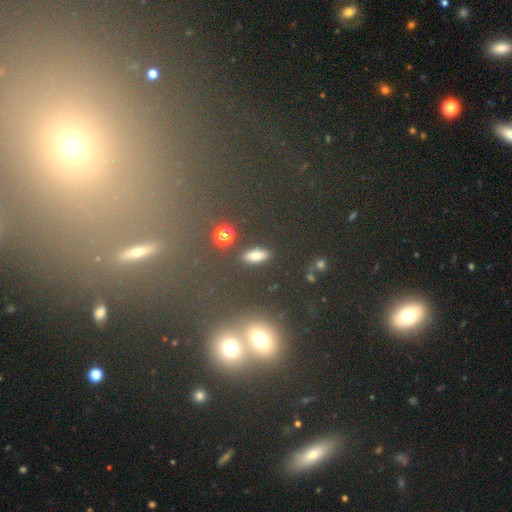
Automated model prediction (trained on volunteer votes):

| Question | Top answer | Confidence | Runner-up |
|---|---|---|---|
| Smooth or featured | smooth | 72% | star or artifact (17%) |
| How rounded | in between | 74% | cigar-shaped (17%) |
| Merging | none | 87% | minor disturbance (8%) |